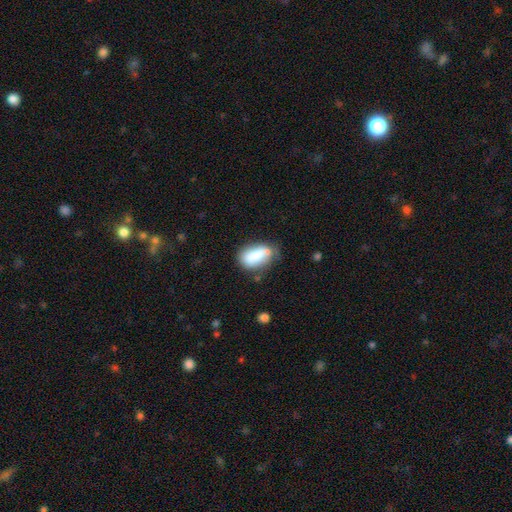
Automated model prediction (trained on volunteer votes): Smooth or featured? Predicted: smooth (p=0.76). How rounded? Predicted: in between (p=0.87). Merging? Predicted: none (p=0.52).